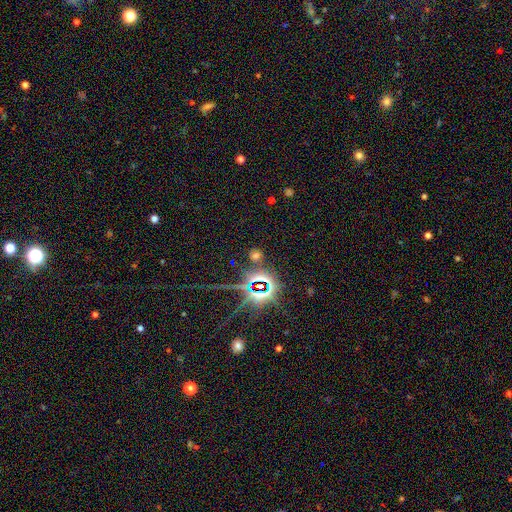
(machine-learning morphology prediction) A star or artifact, not a galaxy (54%).

Vote fractions:
- Smooth or featured? star or artifact: 54% / smooth: 38% / featured or disk: 8%